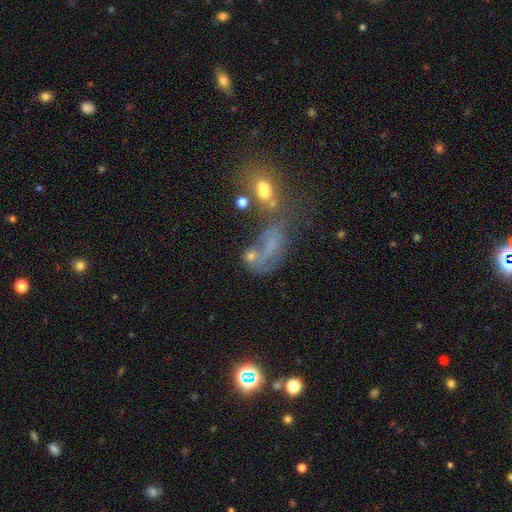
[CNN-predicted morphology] smooth-or-featured: smooth: 43% | featured or disk: 38% | star or artifact: 19%
  merging: merger: 32% | major disturbance: 31% | none: 23% | minor disturbance: 14%